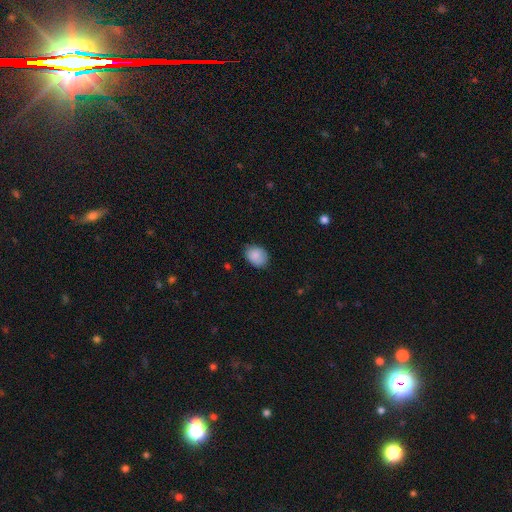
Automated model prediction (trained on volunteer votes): This appears to be a smooth galaxy with no disk features (87%) that is in between round and cigar-shaped (58%). Merging: none (73%).